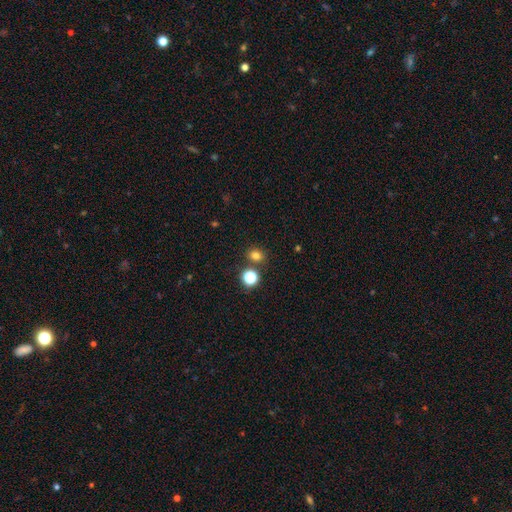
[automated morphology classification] Q: Smooth or featured?
A: smooth (76%); runner-up: star or artifact (18%)
Q: How rounded?
A: round (69%); runner-up: in between (30%)
Q: Merging?
A: none (81%); runner-up: merger (9%)